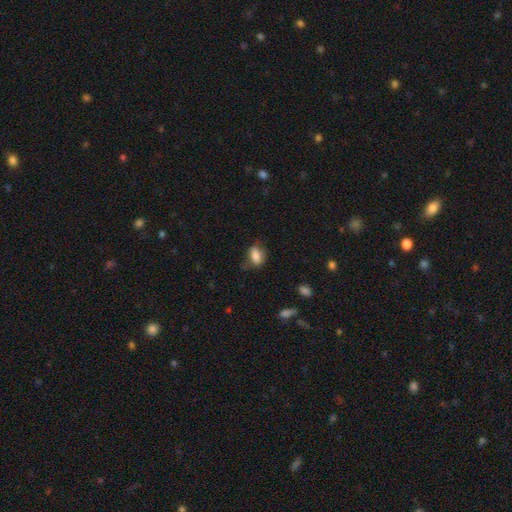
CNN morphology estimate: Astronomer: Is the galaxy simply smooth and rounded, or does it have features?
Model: smooth — 79%.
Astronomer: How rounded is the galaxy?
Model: in between — 81%.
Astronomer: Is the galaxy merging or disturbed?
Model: none — 59%.